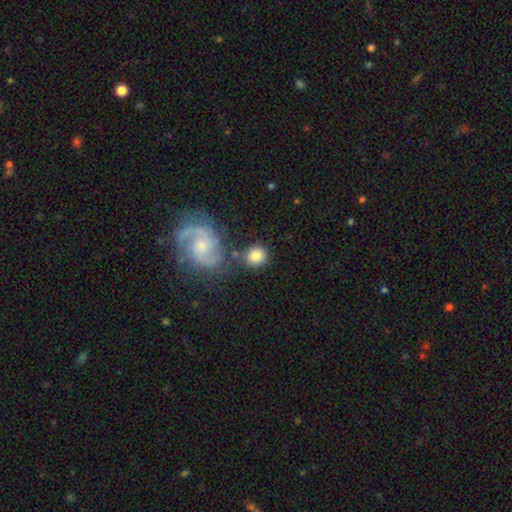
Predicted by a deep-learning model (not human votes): smooth-or-featured: smooth: 73% | featured or disk: 20% | star or artifact: 8%
  how-rounded: round: 83% | in between: 15% | cigar-shaped: 1%
  merging: none: 67% | merger: 14% | minor disturbance: 13% | major disturbance: 6%